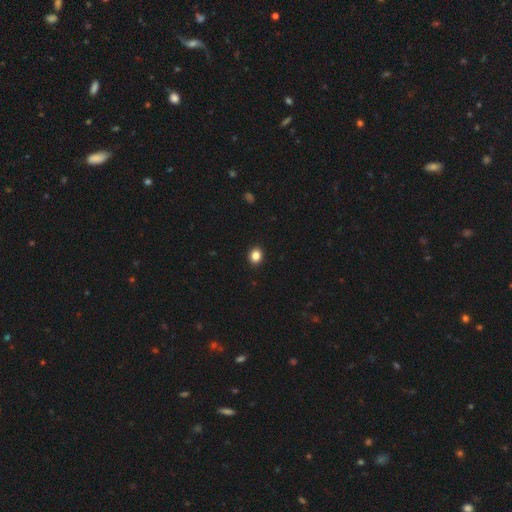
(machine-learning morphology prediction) A smooth galaxy with no disk features (86%) that is round (63%). Merging: none (92%).